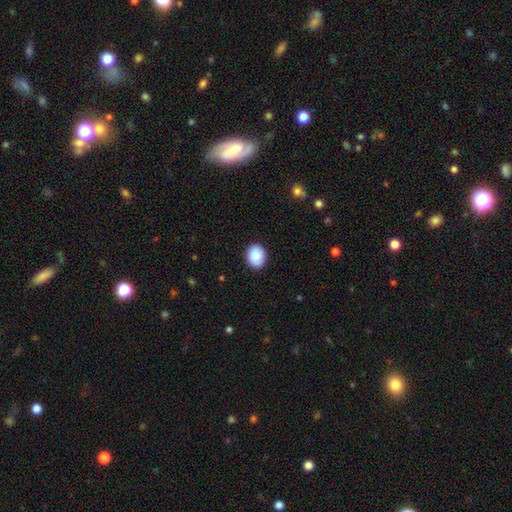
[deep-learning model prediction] Smooth or featured? smooth (88%)
How rounded? round (53%)
Merging? none (89%)